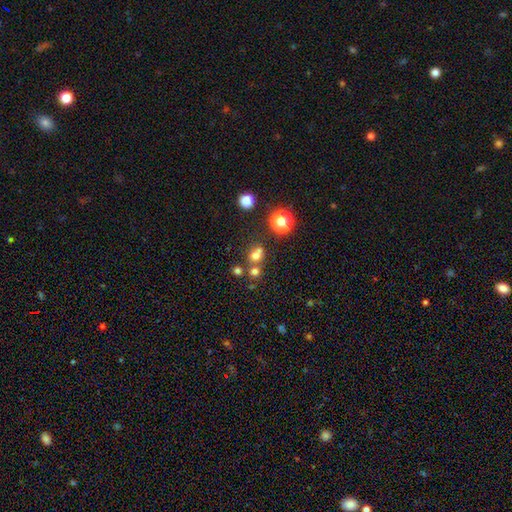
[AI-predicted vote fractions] This appears to be a smooth galaxy with no disk features (65%) that is round (81%). Merging: none (50%).